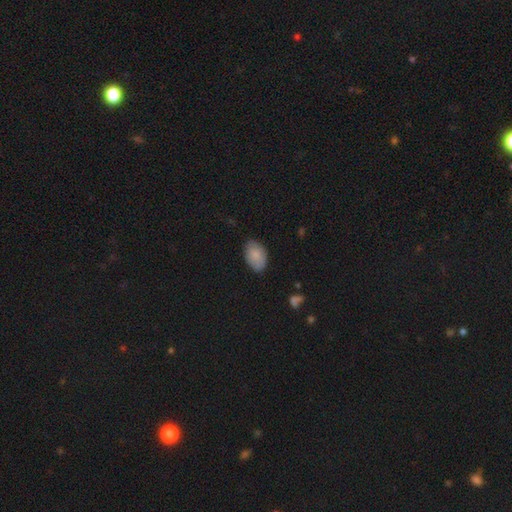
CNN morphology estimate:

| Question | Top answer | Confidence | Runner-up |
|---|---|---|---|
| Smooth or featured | smooth | 85% | featured or disk (8%) |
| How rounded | in between | 91% | round (8%) |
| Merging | none | 78% | minor disturbance (18%) |